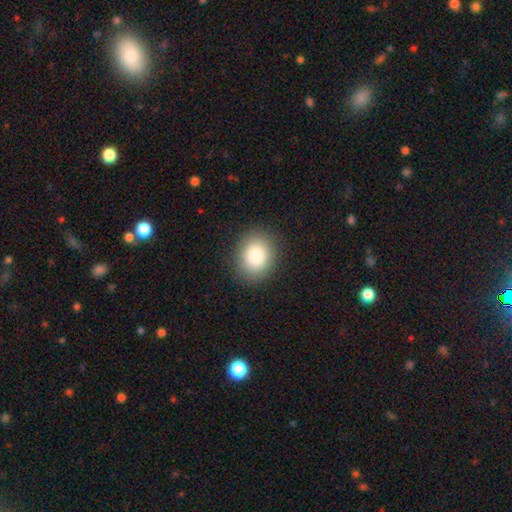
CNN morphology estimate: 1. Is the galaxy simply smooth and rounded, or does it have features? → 85% smooth, 9% star or artifact, 6% featured or disk.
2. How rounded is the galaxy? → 59% round, 41% in between, 1% cigar-shaped.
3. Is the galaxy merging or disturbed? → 89% none, 7% minor disturbance, 3% major disturbance, 1% merger.